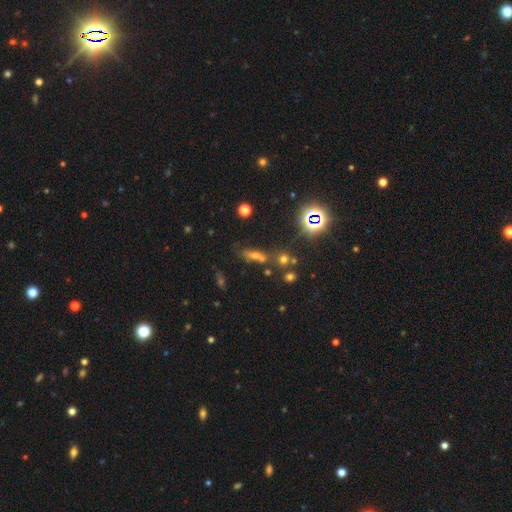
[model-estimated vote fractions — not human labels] This appears to be a smooth galaxy with no disk features (42%). Merging: none (52%).